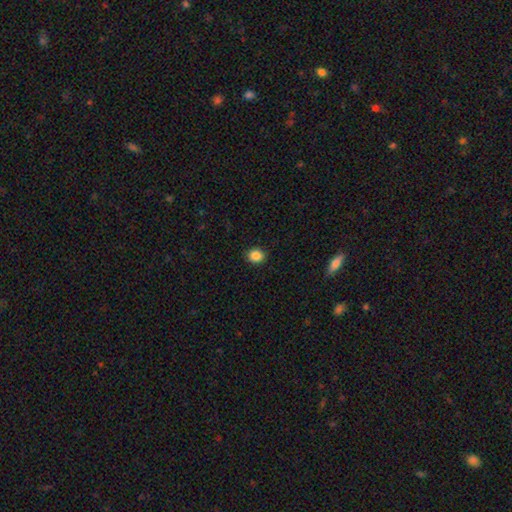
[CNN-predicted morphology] Smooth or featured? Predicted: smooth (p=0.86). How rounded? Predicted: round (p=0.69). Merging? Predicted: none (p=0.90).